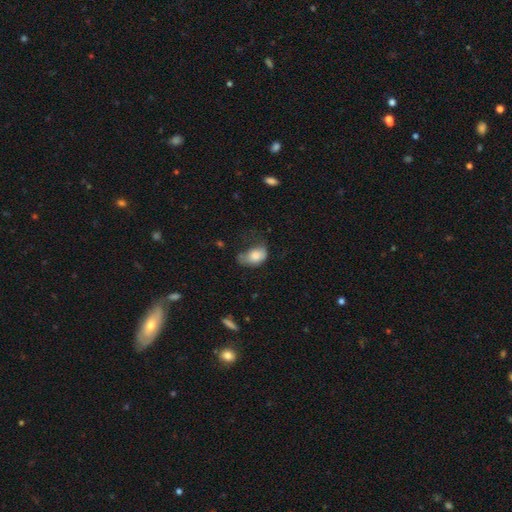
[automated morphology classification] smooth 77%, featured or disk 15%, star or artifact 8%. Down the decision tree: how rounded — in between (86%); merging — major disturbance (37%).